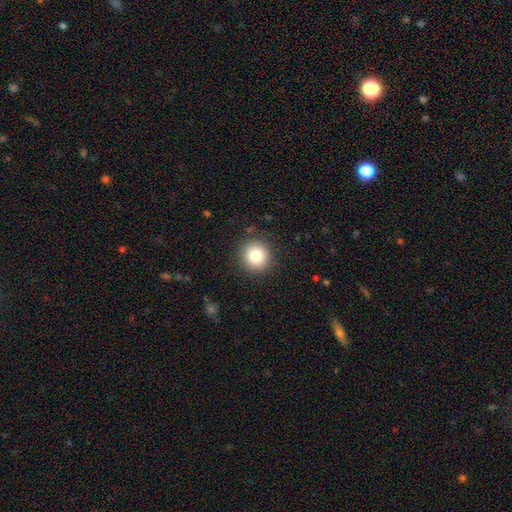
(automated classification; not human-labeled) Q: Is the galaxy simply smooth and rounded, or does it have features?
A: smooth — 81%.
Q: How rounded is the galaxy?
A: round — 93%.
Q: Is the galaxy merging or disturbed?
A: none — 90%.